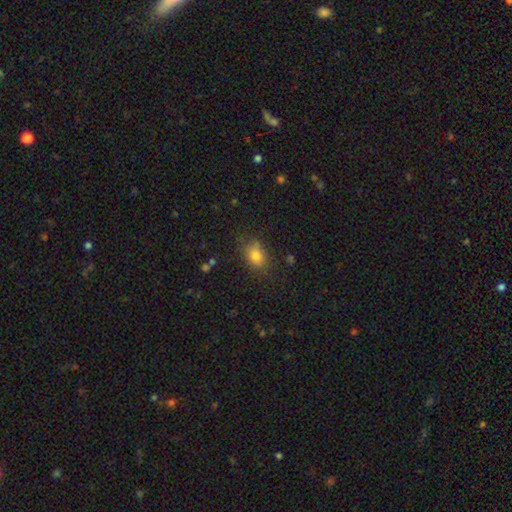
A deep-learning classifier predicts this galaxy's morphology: Q: Smooth or featured?
A: smooth (81%); runner-up: star or artifact (11%)
Q: How rounded?
A: in between (71%); runner-up: round (28%)
Q: Merging?
A: none (73%); runner-up: minor disturbance (18%)